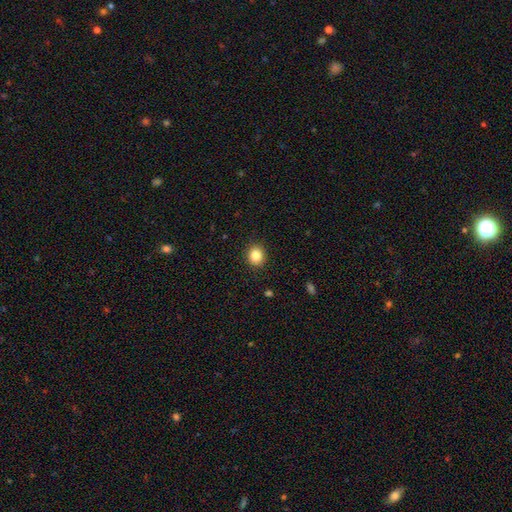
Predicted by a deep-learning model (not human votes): smooth_or_featured: smooth (p=0.85) [alt: star or artifact p=0.10]
how_rounded: round (p=0.74) [alt: in between p=0.25]
merging: none (p=0.90) [alt: minor disturbance p=0.07]